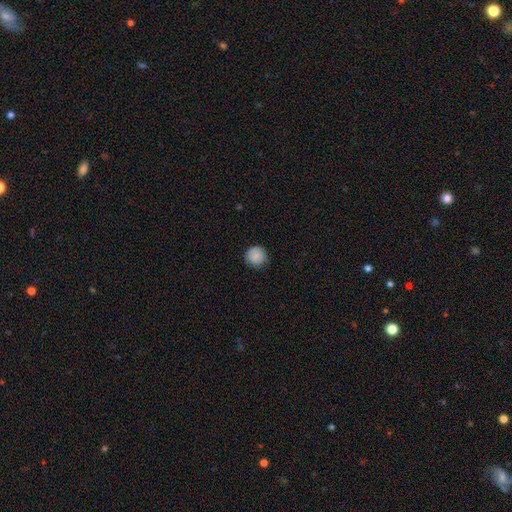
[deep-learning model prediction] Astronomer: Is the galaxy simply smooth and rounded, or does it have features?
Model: smooth — 88%.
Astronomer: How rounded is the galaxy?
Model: round — 94%.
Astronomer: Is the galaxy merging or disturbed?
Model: none — 89%.